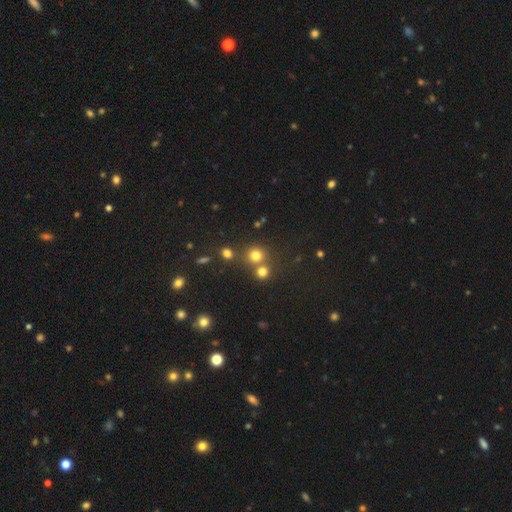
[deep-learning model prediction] smooth 73%, star or artifact 19%, featured or disk 8%. Down the decision tree: how rounded — round (89%); merging — none (64%).